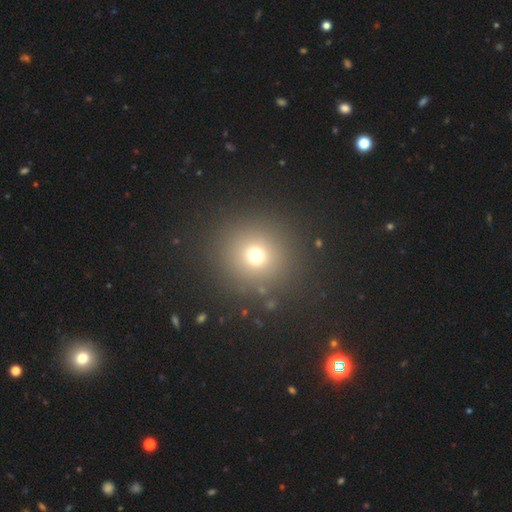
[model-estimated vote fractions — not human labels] A smooth galaxy with no disk features (69%) that is round (92%).

Vote fractions:
- Smooth or featured? smooth: 69% / star or artifact: 22% / featured or disk: 9%
- How rounded? round: 92% / in between: 8% / cigar-shaped: 1%
- Merging? none: 87% / minor disturbance: 7% / major disturbance: 4% / merger: 2%